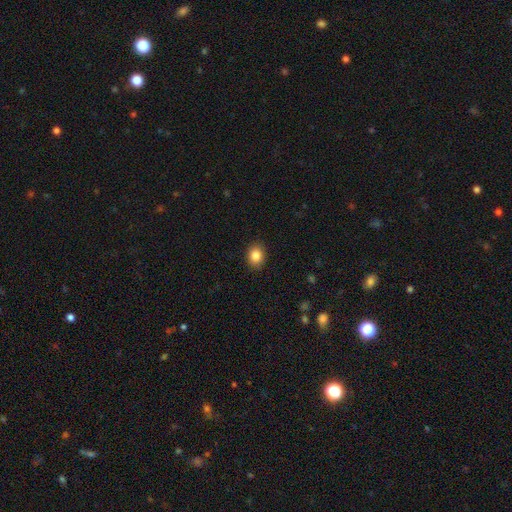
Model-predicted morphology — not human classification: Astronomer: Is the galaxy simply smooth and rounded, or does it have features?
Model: smooth — 86%.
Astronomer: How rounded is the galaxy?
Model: in between — 50% (runner-up: round, 49%).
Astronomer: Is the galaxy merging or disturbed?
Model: none — 90%.